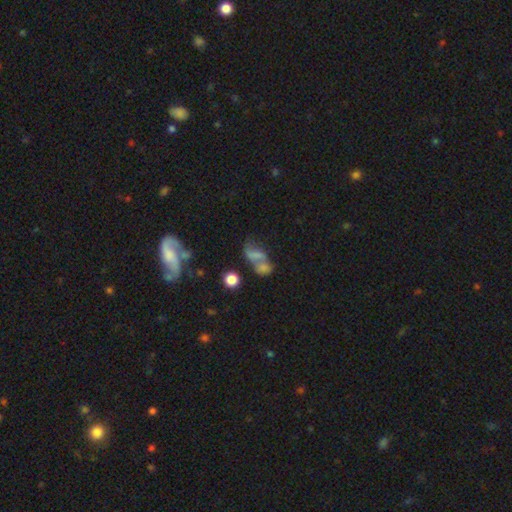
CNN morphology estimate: Smooth or featured?
  - smooth: 53% *
  - featured or disk: 29%
  - star or artifact: 18%
How rounded?
  - in between: 76% *
  - round: 17%
  - cigar-shaped: 7%
Merging?
  - merger: 51% *
  - none: 23%
  - major disturbance: 14%
  - minor disturbance: 12%